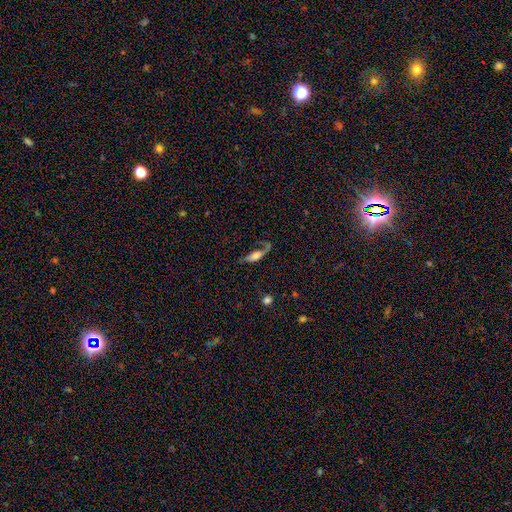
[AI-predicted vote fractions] A smooth galaxy with no disk features (54%) that is in between round and cigar-shaped (59%). Merging: none (41%).